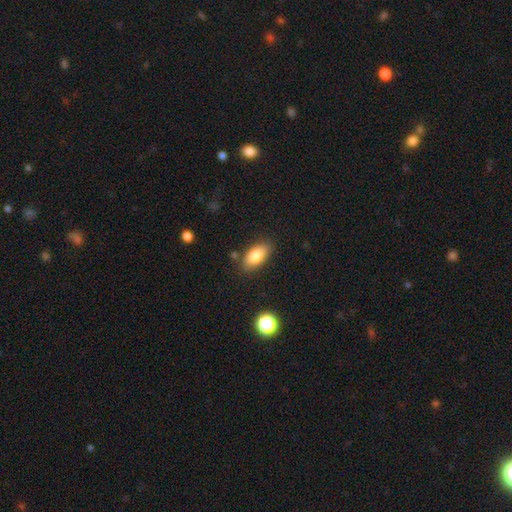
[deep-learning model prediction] smooth_or_featured: smooth (p=0.81) [alt: featured or disk p=0.11]
how_rounded: in between (p=0.90) [alt: round p=0.05]
merging: none (p=0.81) [alt: minor disturbance p=0.13]